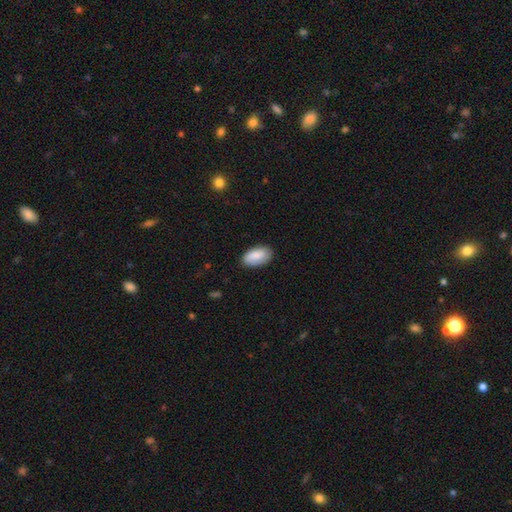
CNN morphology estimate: Overall: smooth (85%). How rounded: in between (95%). Merging: none (82%).